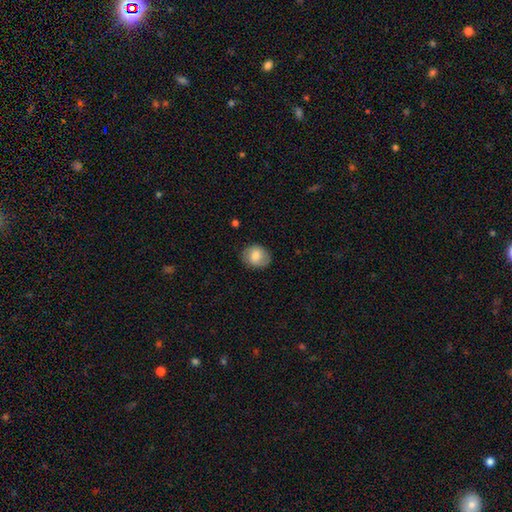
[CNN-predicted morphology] The model was most divided on "how rounded": round: 63%, in between: 36%, cigar-shaped: 1%. More confident: merging — none (83%); smooth or featured — smooth (75%).